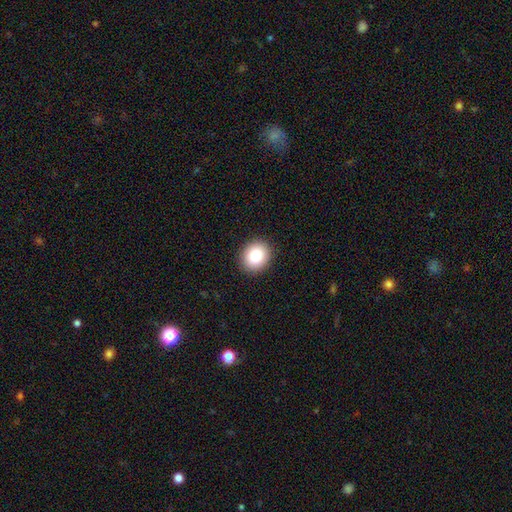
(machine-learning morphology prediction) This is clearly a smooth galaxy (84%). How rounded: likely round (67%). Merging: clearly none (91%).